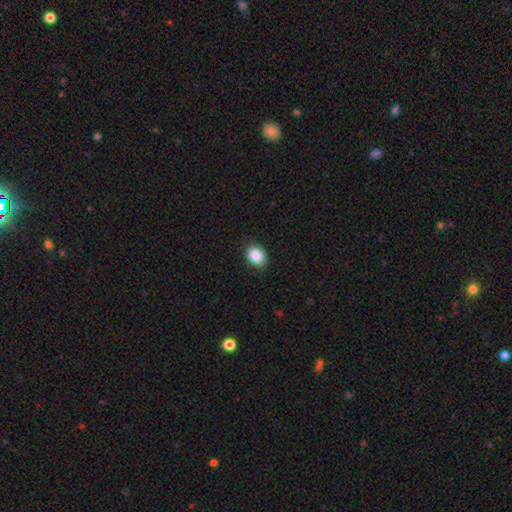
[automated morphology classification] This appears to be a smooth galaxy with no disk features (88%) that is in between round and cigar-shaped (54%). Merging: none (86%).